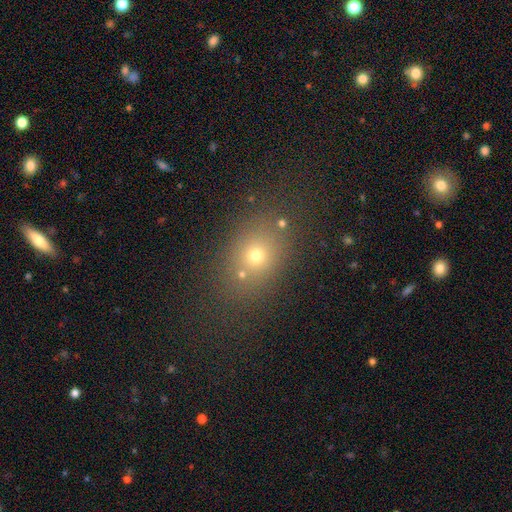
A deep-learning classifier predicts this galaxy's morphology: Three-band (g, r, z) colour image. It shows a smooth galaxy with no disk features (66%) that is in between round and cigar-shaped (54%). Merging: none (73%).